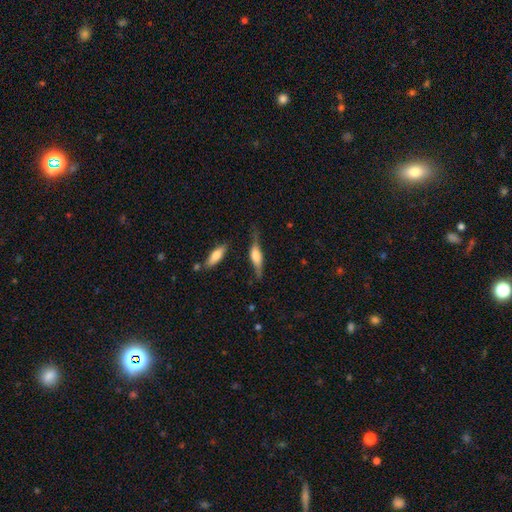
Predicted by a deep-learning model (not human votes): featured or disk 55%, smooth 38%, star or artifact 7%. Down the decision tree: edge-on disk — yes (91%); merging — none (62%).